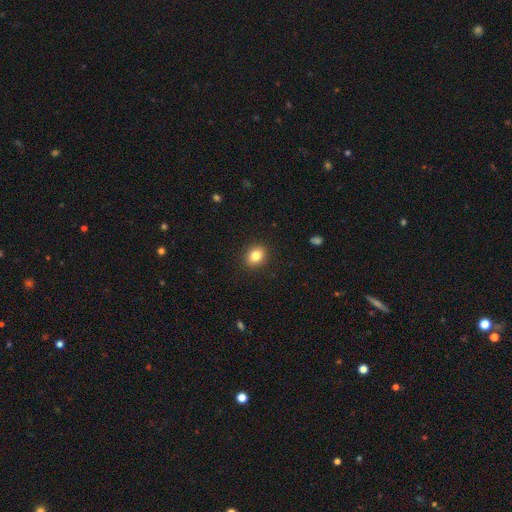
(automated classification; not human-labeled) smooth 83%, star or artifact 10%, featured or disk 7%. Down the decision tree: how rounded — round (54%); merging — none (90%).